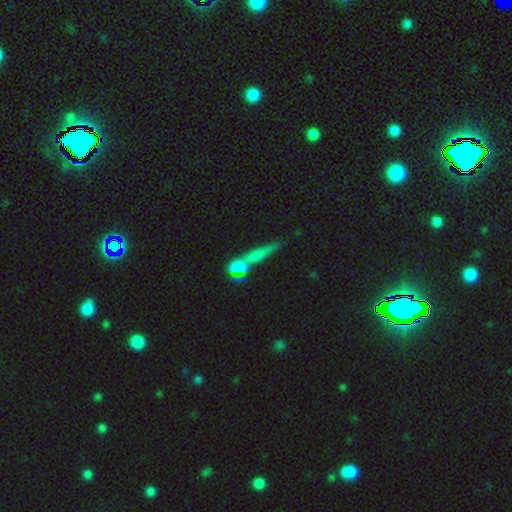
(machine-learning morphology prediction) This is possibly a smooth galaxy (53%). How rounded: likely cigar-shaped (70%). Merging: possibly none (54%).